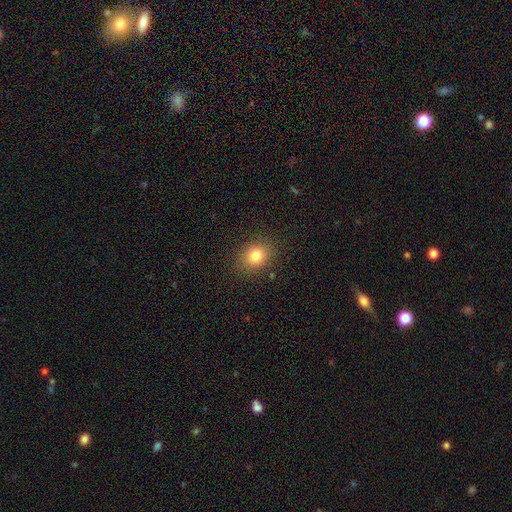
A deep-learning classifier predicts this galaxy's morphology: Smooth or featured? Predicted: smooth (p=0.80). How rounded? Predicted: round (p=0.57). Merging? Predicted: none (p=0.86).